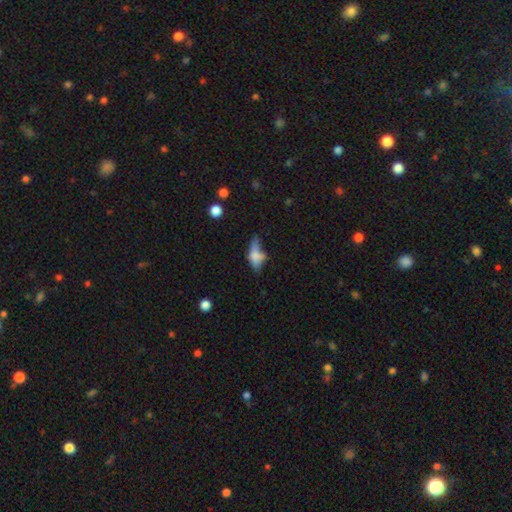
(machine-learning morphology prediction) This is possibly a smooth galaxy (58%). How rounded: likely in between (69%). Merging: marginally none (38%).